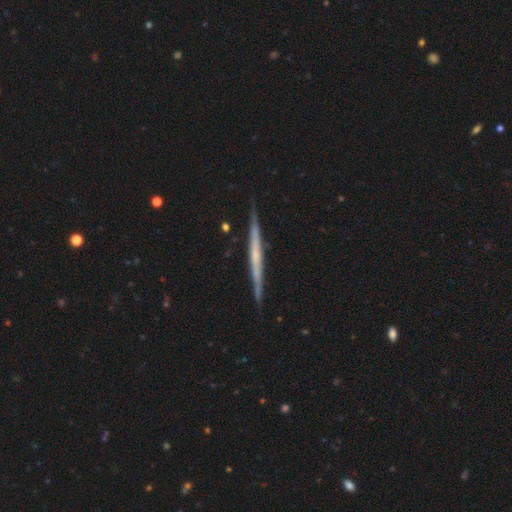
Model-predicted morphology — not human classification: Q: Smooth or featured?
A: featured or disk (72%); runner-up: smooth (23%)
Q: Edge-on disk?
A: yes (98%); runner-up: no (2%)
Q: Edge-on bulge?
A: none (64%); runner-up: rounded (28%)
Q: Merging?
A: none (89%); runner-up: minor disturbance (8%)